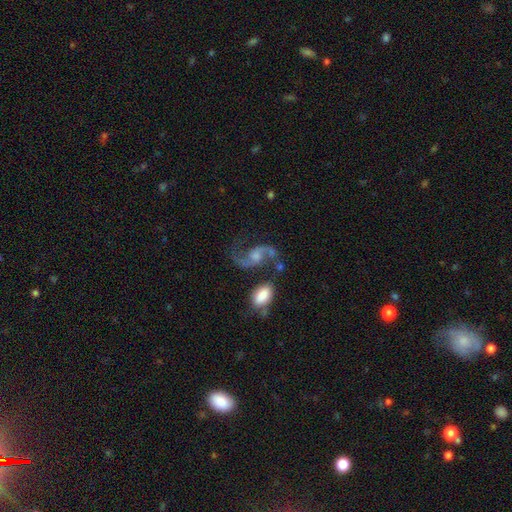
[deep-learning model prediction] Smooth or featured?
  - featured or disk: 86% *
  - smooth: 8%
  - star or artifact: 6%
Edge-on disk?
  - no: 97% *
  - yes: 3%
Bar?
  - no: 58% *
  - weak: 34%
  - strong: 8%
Spiral arms?
  - yes: 96% *
  - no: 4%
Spiral winding?
  - loose: 80% *
  - medium: 17%
  - tight: 3%
Spiral arm count?
  - 2: 92% *
  - 1: 3%
  - can't tell: 2%
  - 3: 1%
  - 4: 1%
  - more than 4: 1%
Bulge size?
  - moderate: 35% *
  - small: 26%
  - none: 22%
  - large: 15%
  - dominant: 3%
Merging?
  - none: 56% *
  - minor disturbance: 18%
  - major disturbance: 13%
  - merger: 13%